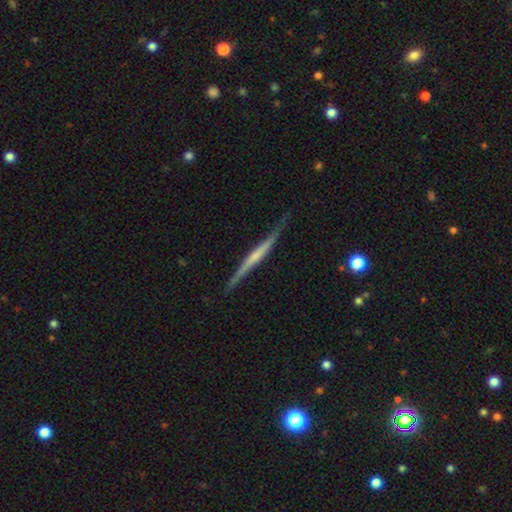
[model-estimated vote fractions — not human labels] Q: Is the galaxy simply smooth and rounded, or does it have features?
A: featured or disk — 68%.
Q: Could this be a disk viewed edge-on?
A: yes — 95%.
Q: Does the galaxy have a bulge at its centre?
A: none — 56%.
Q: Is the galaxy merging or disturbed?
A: none — 71%.